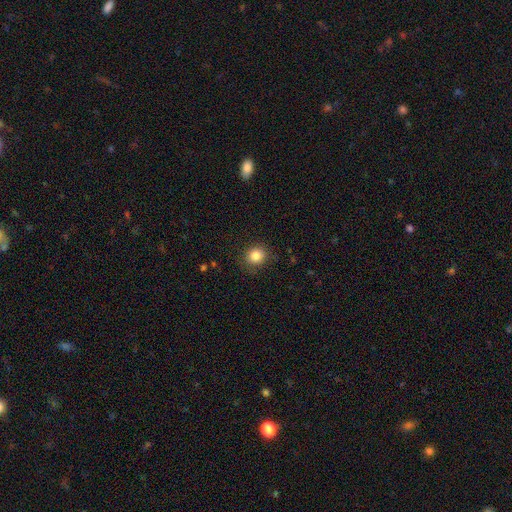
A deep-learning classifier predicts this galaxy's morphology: This appears to be a smooth galaxy with no disk features (84%) that is round (79%). Merging: none (86%).